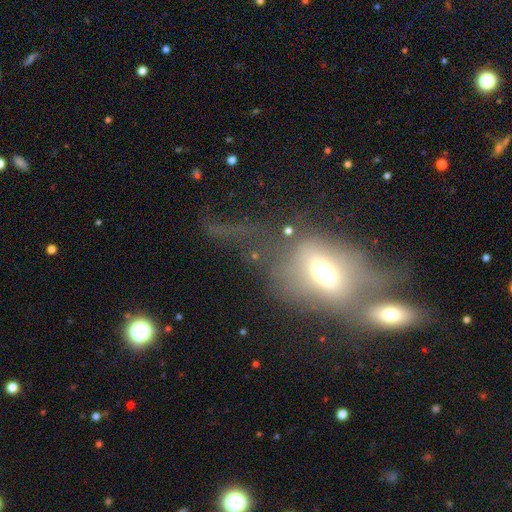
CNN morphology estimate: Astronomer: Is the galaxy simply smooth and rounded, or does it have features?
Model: featured or disk — 46% (runner-up: smooth, 36%).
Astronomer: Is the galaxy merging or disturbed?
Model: merger — 36% (runner-up: none, 32%).